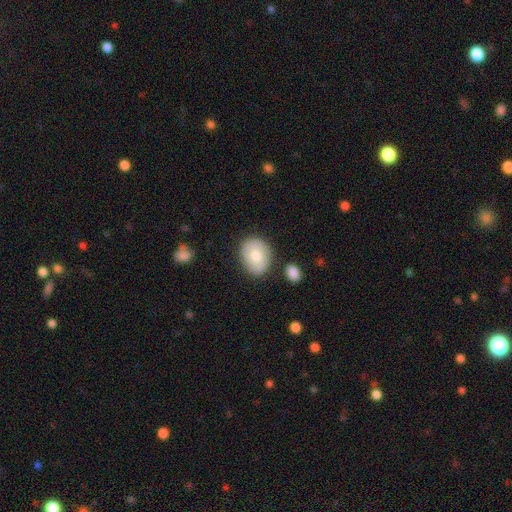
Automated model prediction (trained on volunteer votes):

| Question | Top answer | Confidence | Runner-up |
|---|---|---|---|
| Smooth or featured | smooth | 73% | featured or disk (21%) |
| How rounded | in between | 58% | round (41%) |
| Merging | none | 76% | minor disturbance (15%) |